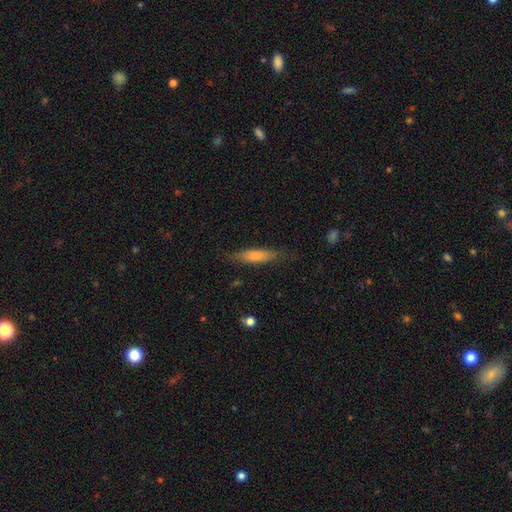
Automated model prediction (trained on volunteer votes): Smooth or featured: smooth — 72% (featured or disk — 21%)
How rounded: cigar-shaped — 72% (in between — 26%)
Merging: none — 78% (minor disturbance — 16%)